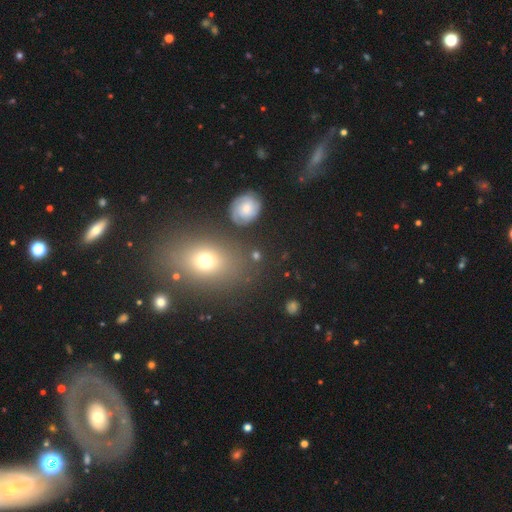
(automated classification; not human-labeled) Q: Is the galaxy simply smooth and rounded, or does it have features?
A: smooth — 58%.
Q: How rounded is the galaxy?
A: round — 57%.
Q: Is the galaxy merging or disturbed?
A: none — 72%.